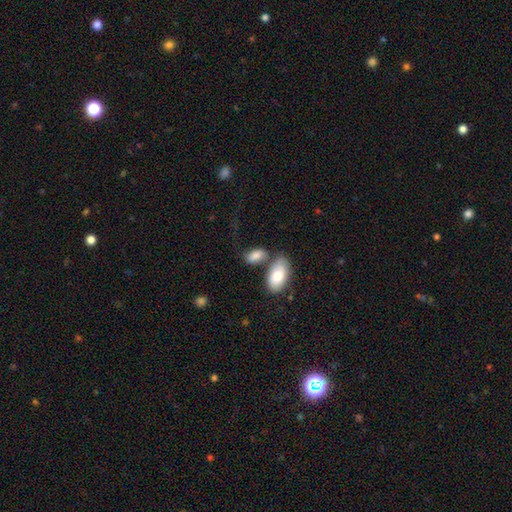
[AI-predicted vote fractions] Smooth or featured? smooth (81%)
How rounded? in between (92%)
Merging? none (49%)